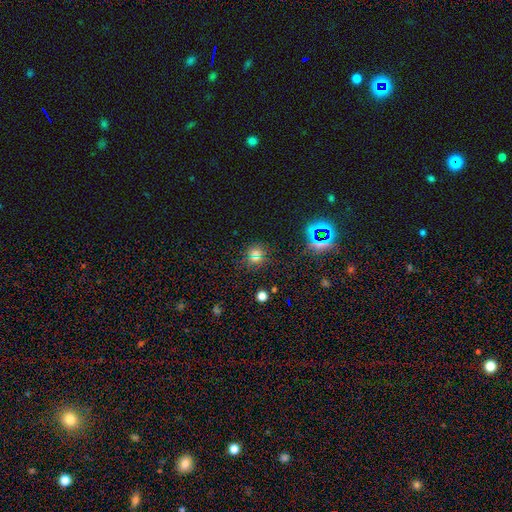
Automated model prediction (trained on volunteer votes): Smooth or featured: smooth — 46% (tied with star or artifact — 46%)
Merging: none — 83% (minor disturbance — 9%)